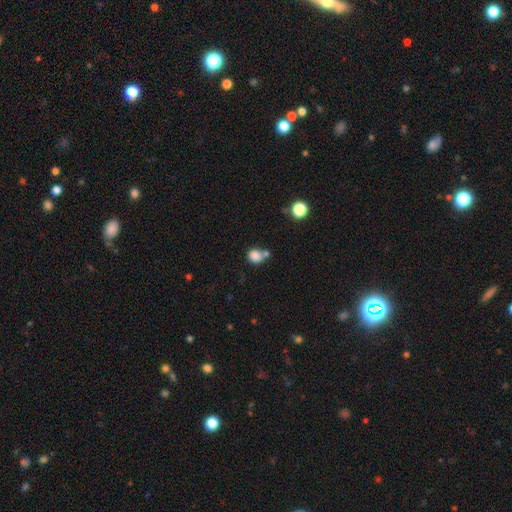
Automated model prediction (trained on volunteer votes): Smooth or featured? Predicted: smooth (p=0.83). How rounded? Predicted: round (p=0.73). Merging? Predicted: none (p=0.47).